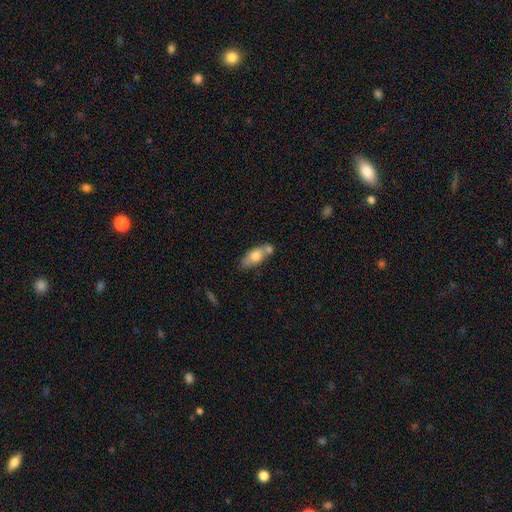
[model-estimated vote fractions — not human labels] This appears to be a smooth galaxy with no disk features (67%) that is in between round and cigar-shaped (74%). Merging: none (51%).